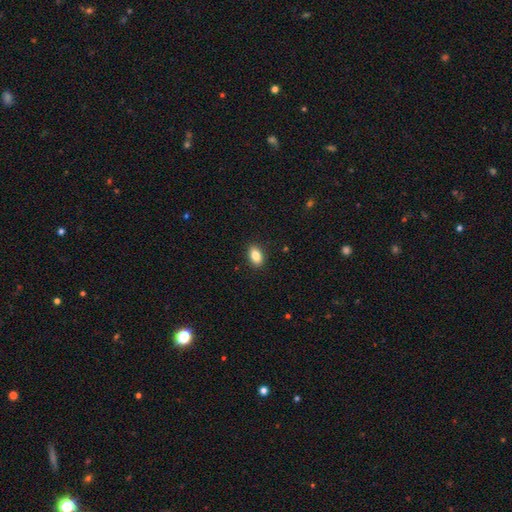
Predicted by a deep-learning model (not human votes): Morphology: type=smooth (84%); roundness=in between (87%); merging=none (90%).